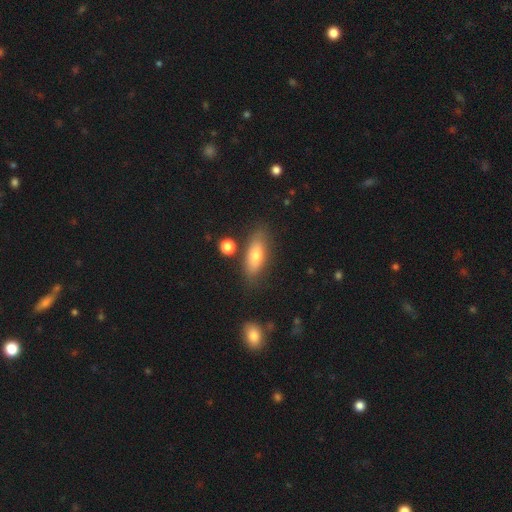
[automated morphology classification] The model was most divided on "how rounded": in between: 65%, cigar-shaped: 32%, round: 3%. More confident: merging — none (79%); smooth or featured — smooth (71%).